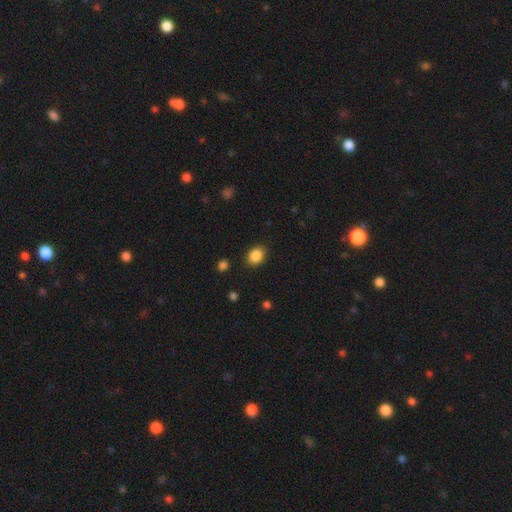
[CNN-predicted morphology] type=smooth (87%); roundness=in between (56%); merging=none (87%).